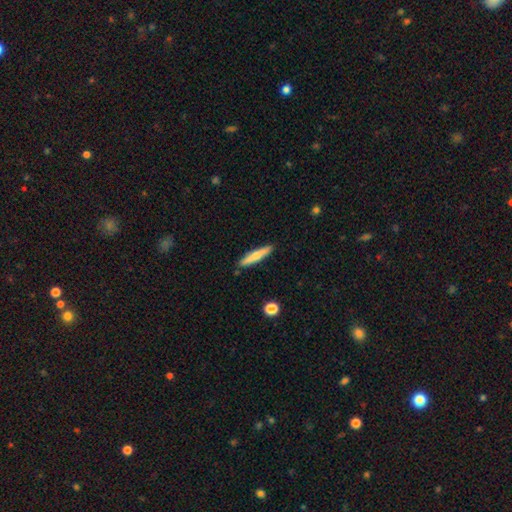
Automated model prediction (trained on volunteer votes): Morphology: type=smooth (55%); roundness=cigar-shaped (89%); merging=none (88%).